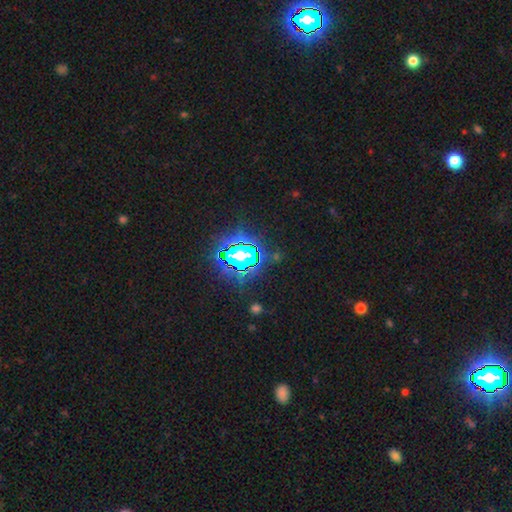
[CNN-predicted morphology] Smooth or featured: star or artifact — 80% (smooth — 12%)